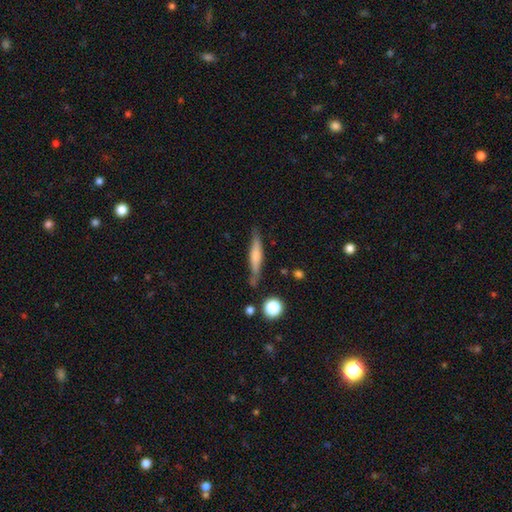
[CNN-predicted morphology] This appears to be a smooth galaxy with no disk features (52%) that is cigar-shaped (87%). Merging: none (75%).